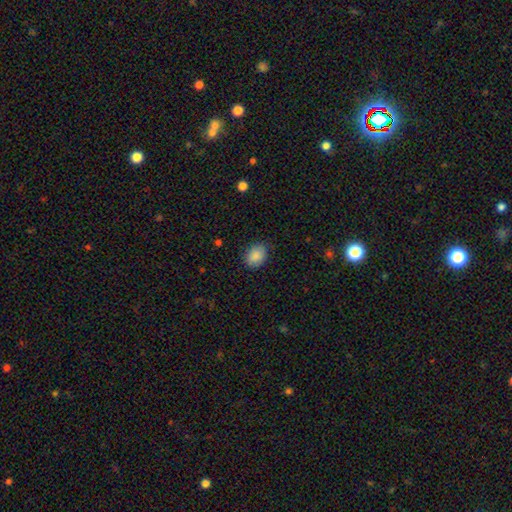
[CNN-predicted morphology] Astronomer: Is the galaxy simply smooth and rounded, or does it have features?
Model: smooth — 88%.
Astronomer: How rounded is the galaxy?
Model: in between — 63%.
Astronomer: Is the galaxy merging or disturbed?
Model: none — 84%.